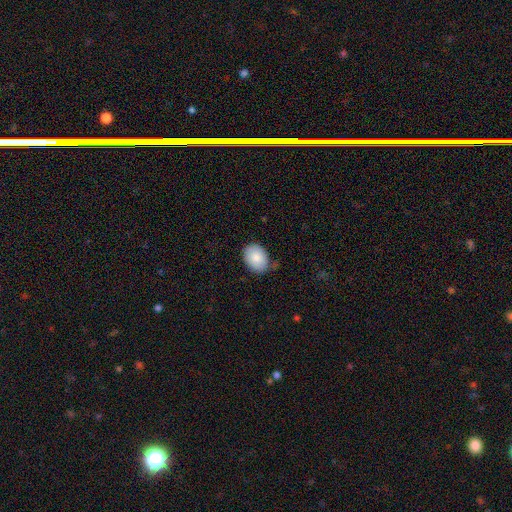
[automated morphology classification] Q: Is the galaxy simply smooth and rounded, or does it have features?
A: smooth — 84%.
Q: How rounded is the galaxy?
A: in between — 70%.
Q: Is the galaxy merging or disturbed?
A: none — 76%.